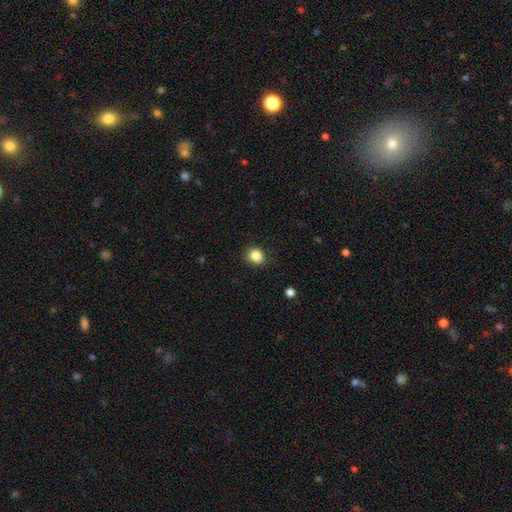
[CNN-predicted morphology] This is clearly a smooth galaxy (86%). How rounded: likely round (72%). Merging: clearly none (85%).